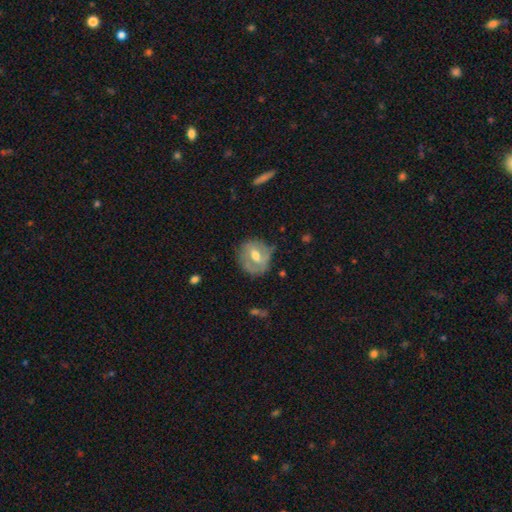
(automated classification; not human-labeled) smooth_or_featured: featured or disk (p=0.57) [alt: smooth p=0.37]
disk_edge_on: no (p=0.95) [alt: yes p=0.05]
bar: weak (p=0.49) [alt: no p=0.33]
has_spiral_arms: yes (p=0.60) [alt: no p=0.40]
bulge_size: moderate (p=0.73) [alt: small p=0.15]
merging: none (p=0.65) [alt: minor disturbance p=0.25]